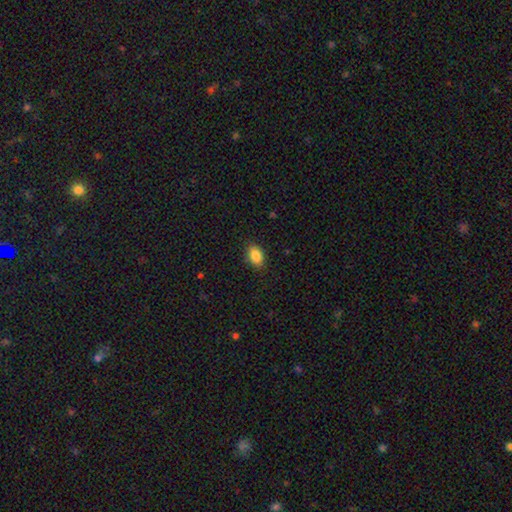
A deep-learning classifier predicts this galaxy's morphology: This is clearly a smooth galaxy (88%). How rounded: clearly in between (84%). Merging: clearly none (87%).